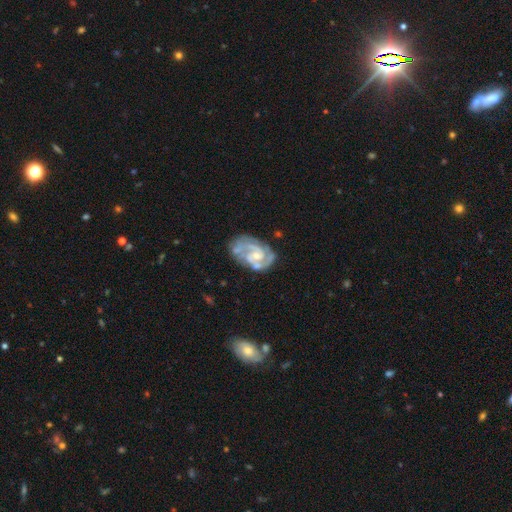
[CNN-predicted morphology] The model was most divided on "bulge size": small: 45%, moderate: 40%, none: 10%, large: 4%, dominant: 1%. Remaining: edge-on disk — no (98%); spiral arms — yes (95%); smooth or featured — featured or disk (87%); spiral arm count — 2 (61%); merging — none (57%); bar — no (53%); spiral winding — tight (48%).